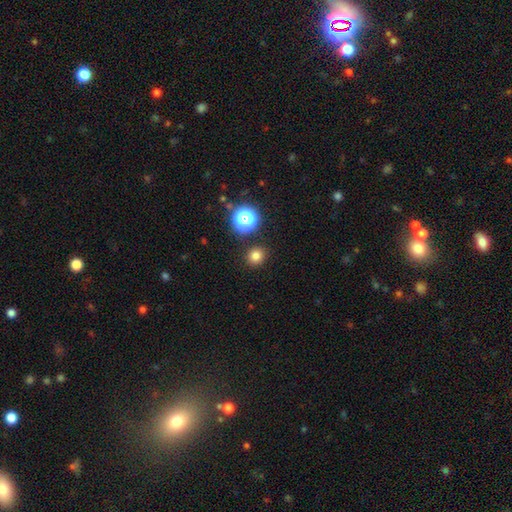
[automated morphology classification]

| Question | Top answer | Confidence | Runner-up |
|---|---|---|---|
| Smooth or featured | smooth | 78% | star or artifact (17%) |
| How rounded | round | 89% | in between (10%) |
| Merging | none | 90% | minor disturbance (6%) |